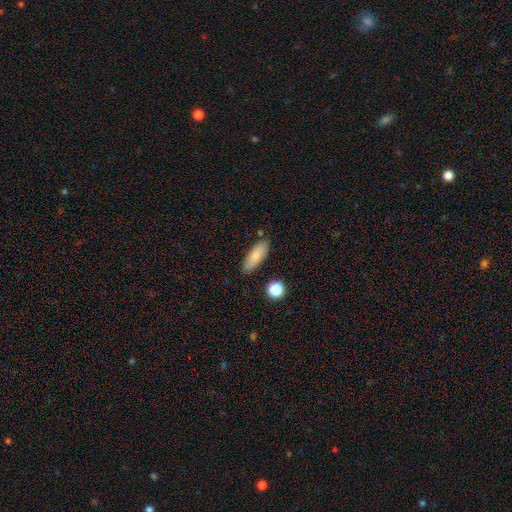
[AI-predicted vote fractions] Morphology: type=smooth (83%); roundness=in between (65%); merging=none (84%).